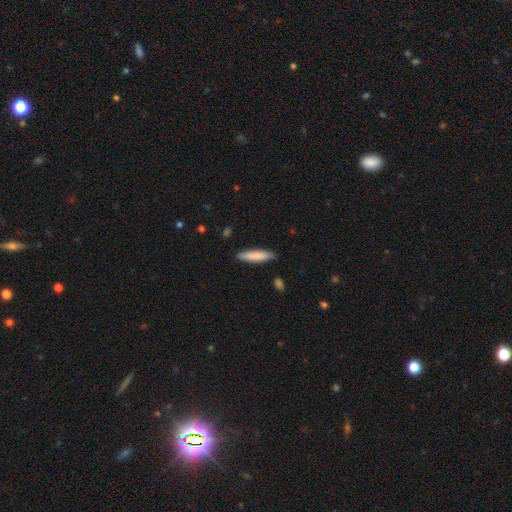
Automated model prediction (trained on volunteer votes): This is clearly a smooth galaxy (84%). How rounded: clearly cigar-shaped (81%). Merging: clearly none (86%).